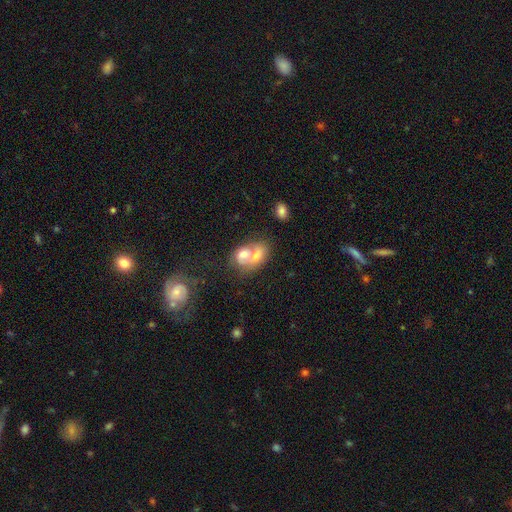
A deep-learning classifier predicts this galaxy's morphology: Smooth or featured: smooth — 61% (featured or disk — 30%)
How rounded: in between — 66% (round — 32%)
Merging: merger — 76% (none — 13%)